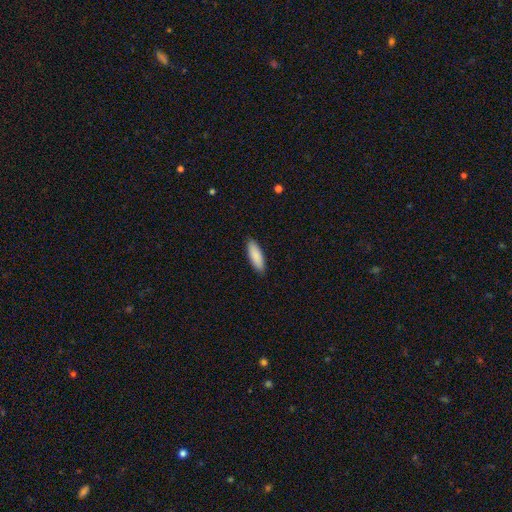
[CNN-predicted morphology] Smooth or featured? Predicted: smooth (p=0.89). How rounded? Predicted: in between (p=0.56). Merging? Predicted: none (p=0.90).